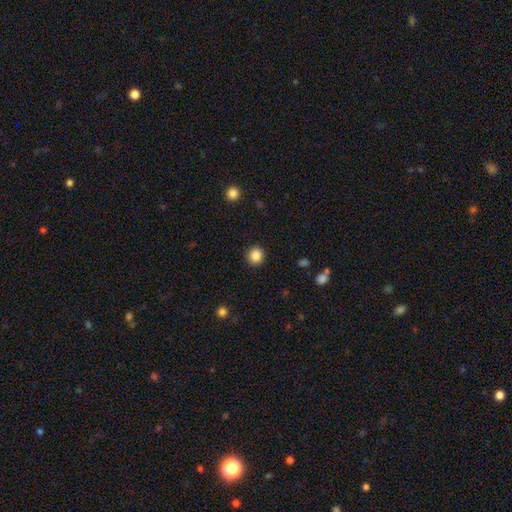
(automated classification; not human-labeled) This is clearly a smooth galaxy (86%). How rounded: clearly round (90%). Merging: clearly none (91%).